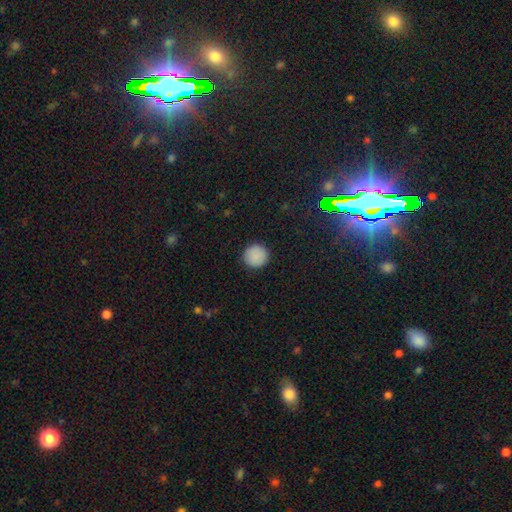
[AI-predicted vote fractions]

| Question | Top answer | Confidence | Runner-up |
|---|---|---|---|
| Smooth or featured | smooth | 89% | star or artifact (8%) |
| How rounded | round | 95% | in between (4%) |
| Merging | none | 92% | minor disturbance (6%) |